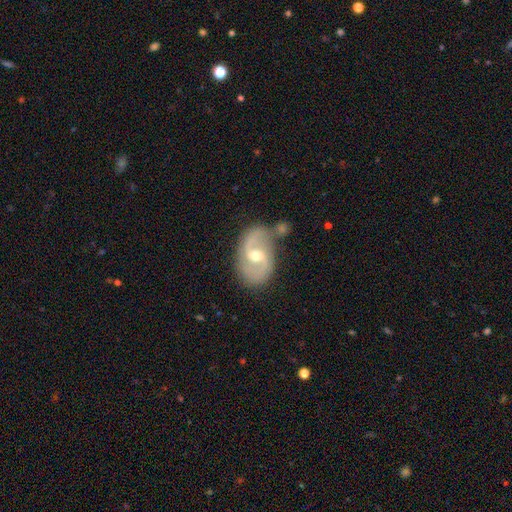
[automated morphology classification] Smooth or featured?
  - featured or disk: 85% *
  - smooth: 10%
  - star or artifact: 6%
Edge-on disk?
  - no: 97% *
  - yes: 3%
Bar?
  - weak: 53% *
  - no: 31%
  - strong: 16%
Spiral arms?
  - yes: 94% *
  - no: 6%
Spiral winding?
  - medium: 53% *
  - loose: 29%
  - tight: 19%
Spiral arm count?
  - 2: 90% *
  - can't tell: 4%
  - 1: 2%
  - 3: 2%
  - 4: 1%
  - more than 4: 1%
Bulge size?
  - moderate: 62% *
  - small: 34%
  - large: 2%
  - none: 1%
  - dominant: 1%
Merging?
  - none: 60% *
  - minor disturbance: 20%
  - merger: 13%
  - major disturbance: 7%